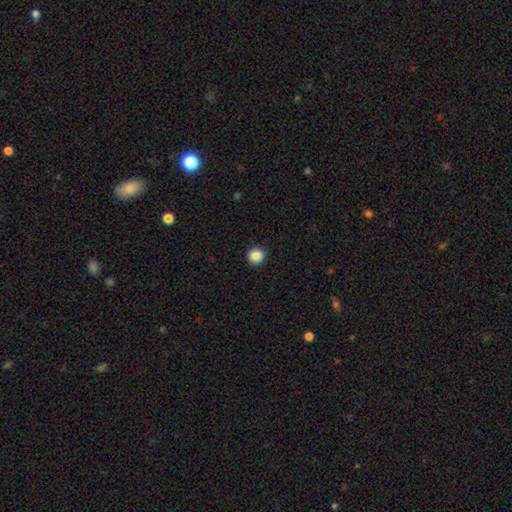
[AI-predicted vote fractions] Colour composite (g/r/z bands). It shows a smooth galaxy with no disk features (87%) that is round (92%). Merging: none (91%).